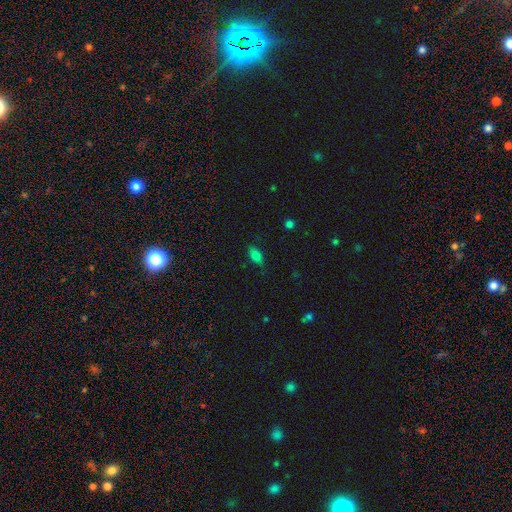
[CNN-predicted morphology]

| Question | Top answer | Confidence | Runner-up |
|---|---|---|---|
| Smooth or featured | smooth | 74% | featured or disk (14%) |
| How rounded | in between | 83% | cigar-shaped (11%) |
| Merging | none | 79% | minor disturbance (16%) |